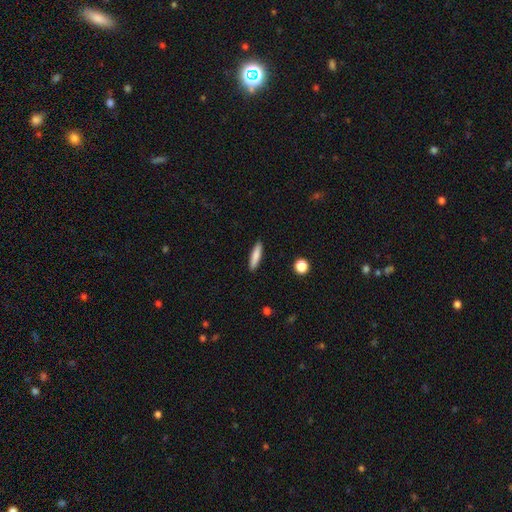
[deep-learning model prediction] A smooth galaxy with no disk features (81%) that is cigar-shaped (81%). Merging: none (90%).